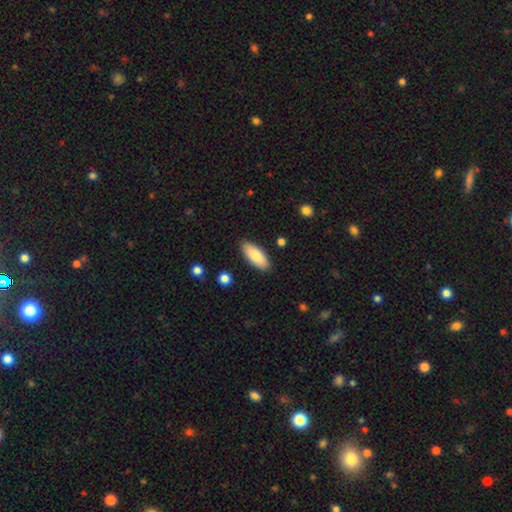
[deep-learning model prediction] smooth 83%, featured or disk 12%, star or artifact 6%. Down the decision tree: how rounded — in between (80%); merging — none (88%).